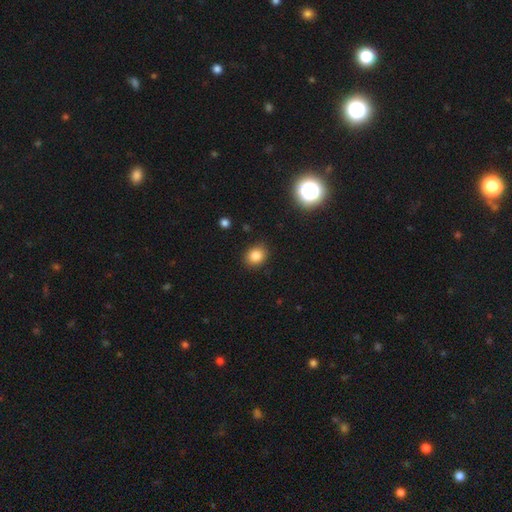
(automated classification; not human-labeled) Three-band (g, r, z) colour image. It shows a smooth galaxy with no disk features (83%) that is round (59%). Merging: none (88%).